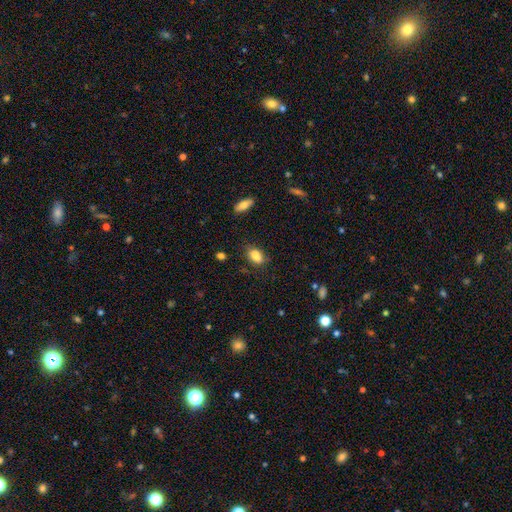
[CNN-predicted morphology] smooth 85%, star or artifact 9%, featured or disk 7%. Down the decision tree: how rounded — in between (85%); merging — none (74%).